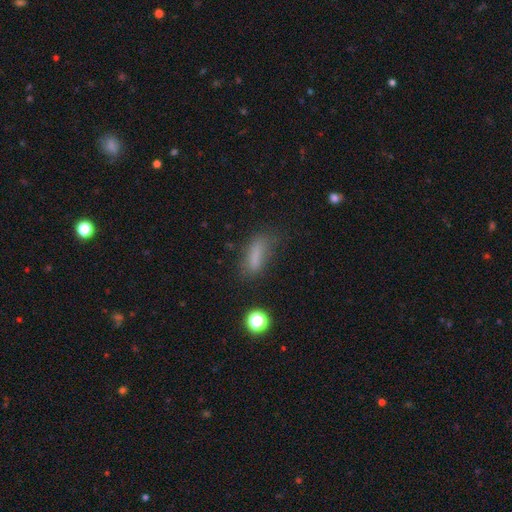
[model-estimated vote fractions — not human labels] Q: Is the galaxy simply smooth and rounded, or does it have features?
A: smooth — 72%.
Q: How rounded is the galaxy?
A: cigar-shaped — 48%, tied with in between.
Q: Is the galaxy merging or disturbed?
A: none — 59%.